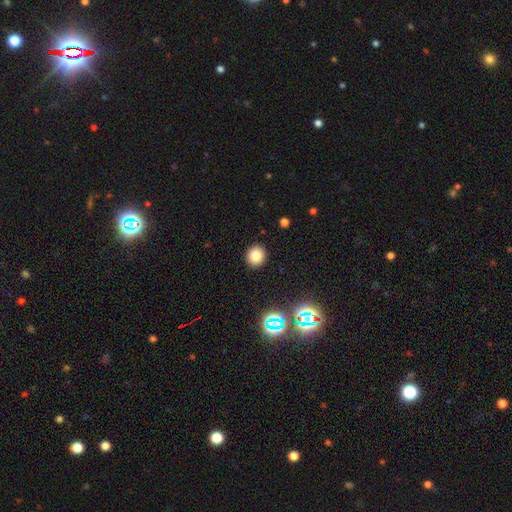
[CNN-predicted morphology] The model was most divided on "smooth or featured": smooth: 80%, star or artifact: 14%, featured or disk: 6%. More confident: merging — none (91%); how rounded — round (85%).